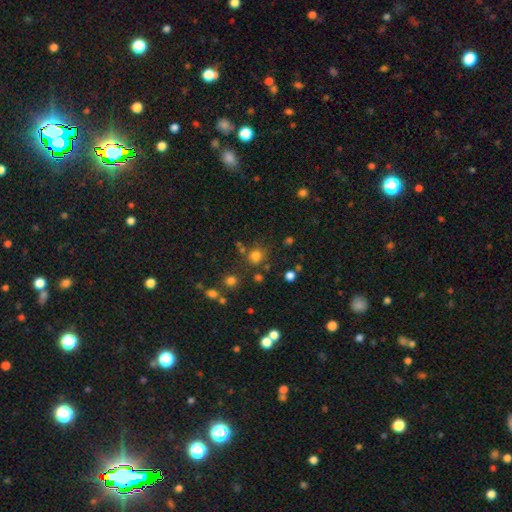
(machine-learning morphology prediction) The model was most divided on "smooth or featured": smooth: 73%, star or artifact: 20%, featured or disk: 7%. More confident: how rounded — round (82%); merging — none (72%).